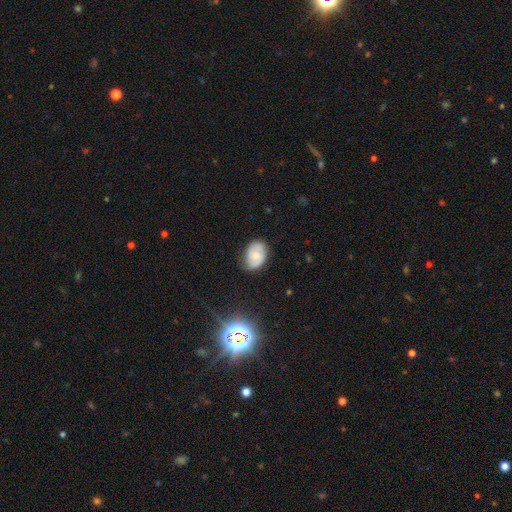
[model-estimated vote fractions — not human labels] A featured or disk galaxy (47%). Merging: none (72%).